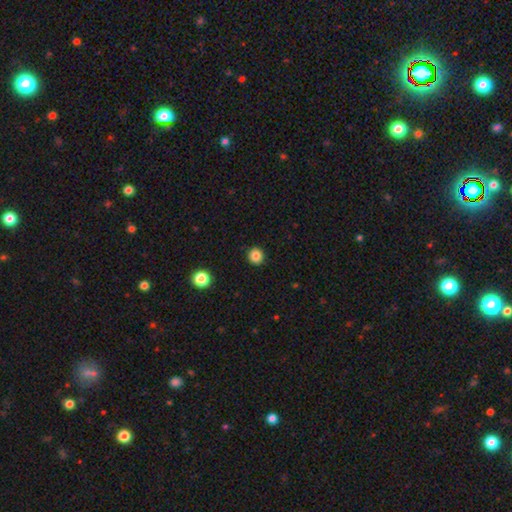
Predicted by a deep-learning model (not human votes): This is clearly a smooth galaxy (84%). How rounded: clearly round (93%). Merging: clearly none (93%).